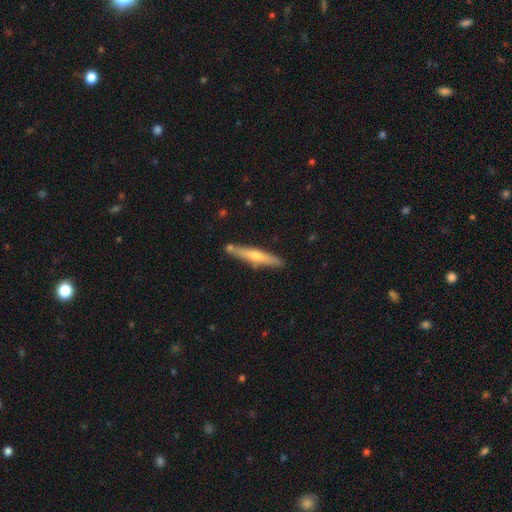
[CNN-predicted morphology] A featured or disk galaxy (57%) viewed edge-on (94%) with a rounded central bulge (79%). Merging: none (84%).